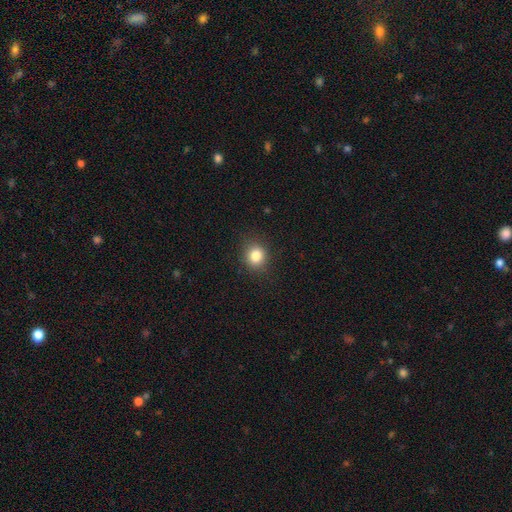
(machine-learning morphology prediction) Q: Smooth or featured?
A: smooth (82%); runner-up: star or artifact (12%)
Q: How rounded?
A: round (78%); runner-up: in between (21%)
Q: Merging?
A: none (87%); runner-up: minor disturbance (9%)